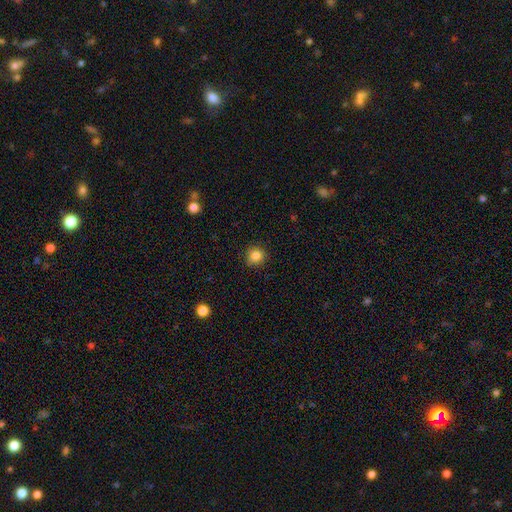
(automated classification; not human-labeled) smooth 84%, star or artifact 11%, featured or disk 5%. Down the decision tree: how rounded — round (90%); merging — none (88%).